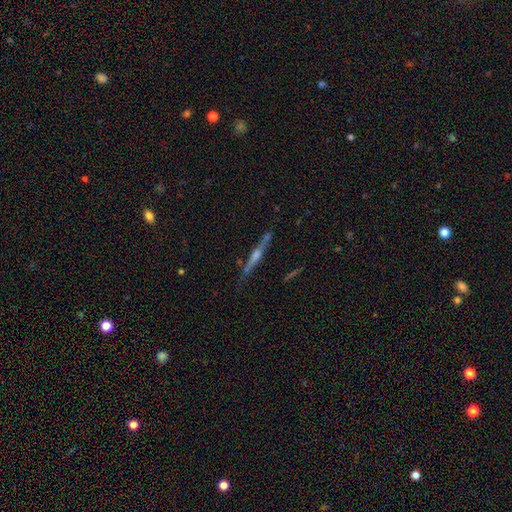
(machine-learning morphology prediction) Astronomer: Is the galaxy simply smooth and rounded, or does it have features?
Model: featured or disk — 79%.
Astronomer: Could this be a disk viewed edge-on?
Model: yes — 98%.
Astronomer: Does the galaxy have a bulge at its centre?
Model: rounded — 77%.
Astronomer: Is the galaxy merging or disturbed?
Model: none — 84%.